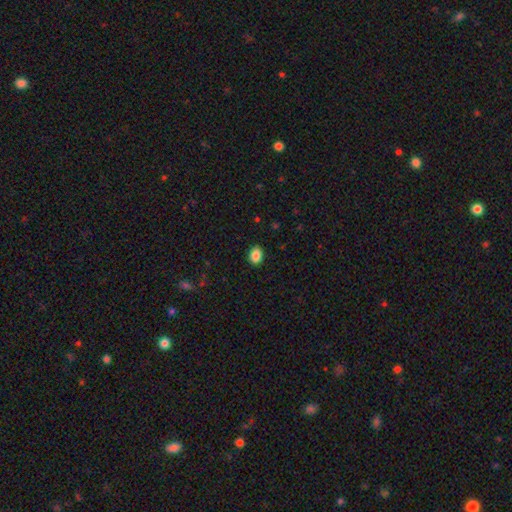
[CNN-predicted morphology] Overall: smooth (88%). How rounded: in between (70%). Merging: none (89%).